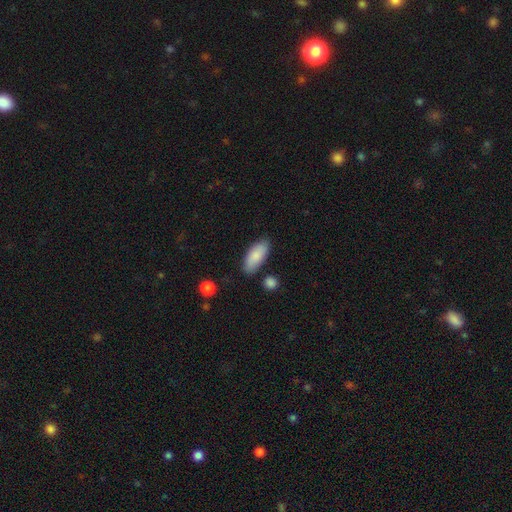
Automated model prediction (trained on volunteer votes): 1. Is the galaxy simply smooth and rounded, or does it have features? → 86% smooth, 9% featured or disk, 6% star or artifact.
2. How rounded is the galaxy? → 85% in between, 13% cigar-shaped, 2% round.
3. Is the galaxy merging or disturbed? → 81% none, 13% minor disturbance, 3% merger, 3% major disturbance.